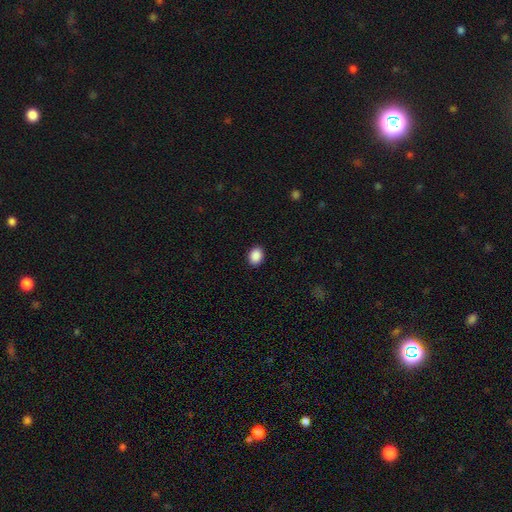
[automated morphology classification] type=smooth (90%); roundness=in between (62%); merging=none (91%).